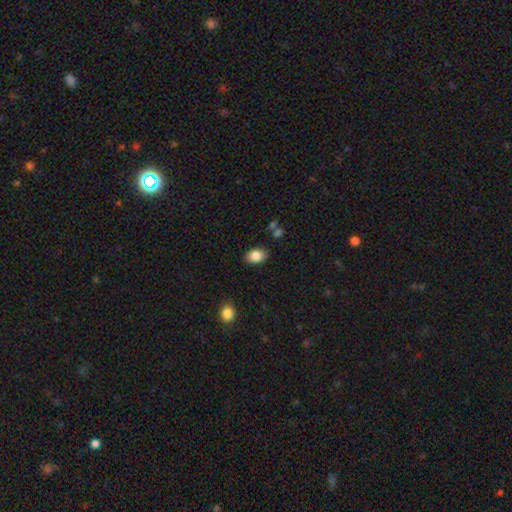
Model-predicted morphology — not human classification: smooth-or-featured: smooth: 85% | star or artifact: 8% | featured or disk: 7%
  how-rounded: in between: 85% | round: 14% | cigar-shaped: 1%
  merging: none: 84% | minor disturbance: 11% | major disturbance: 3% | merger: 2%